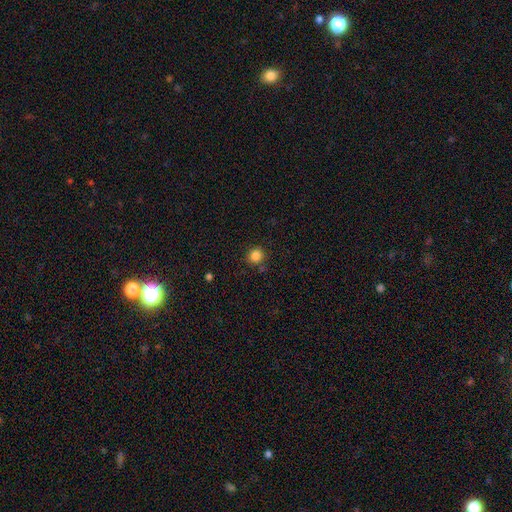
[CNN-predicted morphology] This is clearly a smooth galaxy (84%). How rounded: clearly round (89%). Merging: clearly none (85%).